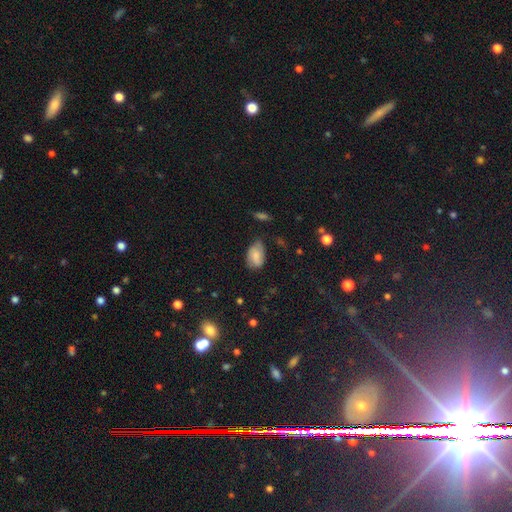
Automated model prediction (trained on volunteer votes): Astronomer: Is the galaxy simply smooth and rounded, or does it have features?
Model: smooth — 74%.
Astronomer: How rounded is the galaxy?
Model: in between — 89%.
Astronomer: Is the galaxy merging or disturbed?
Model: none — 57%.